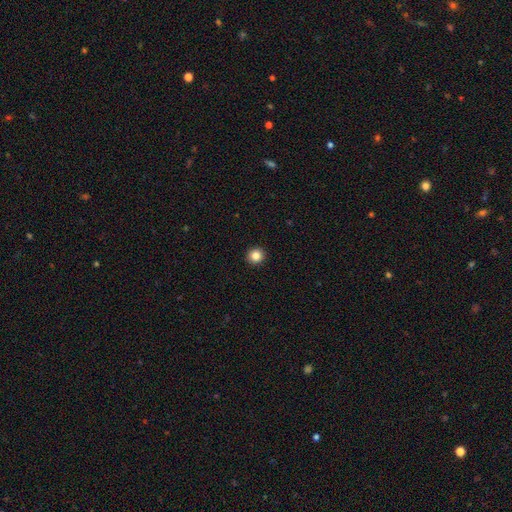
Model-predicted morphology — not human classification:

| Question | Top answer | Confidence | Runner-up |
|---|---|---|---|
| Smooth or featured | smooth | 84% | star or artifact (11%) |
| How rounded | round | 94% | in between (6%) |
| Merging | none | 94% | minor disturbance (4%) |